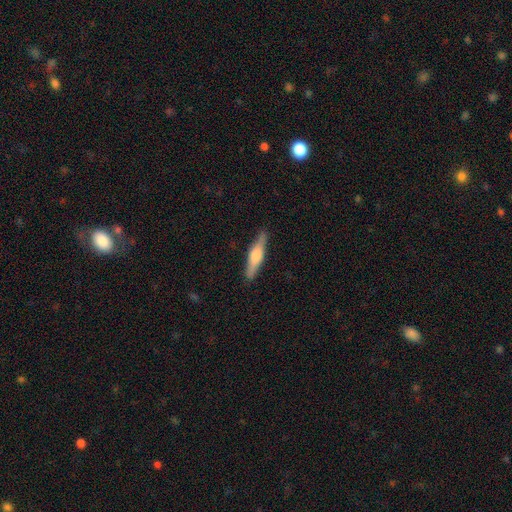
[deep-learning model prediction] smooth-or-featured: featured or disk: 49% | smooth: 46% | star or artifact: 6%
  merging: none: 88% | minor disturbance: 9% | major disturbance: 2% | merger: 1%